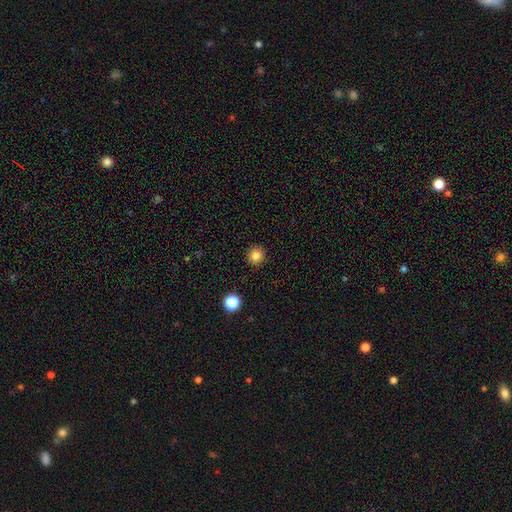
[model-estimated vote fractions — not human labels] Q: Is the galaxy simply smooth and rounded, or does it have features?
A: smooth — 84%.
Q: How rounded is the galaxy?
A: round — 94%.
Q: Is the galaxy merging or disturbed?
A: none — 92%.